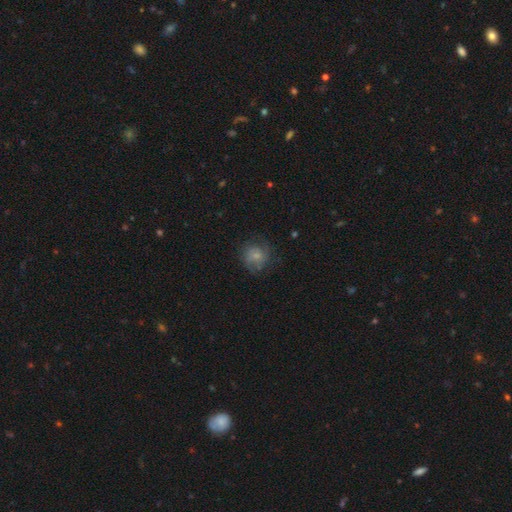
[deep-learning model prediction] A smooth galaxy with no disk features (58%) that is round (82%). Merging: none (63%).